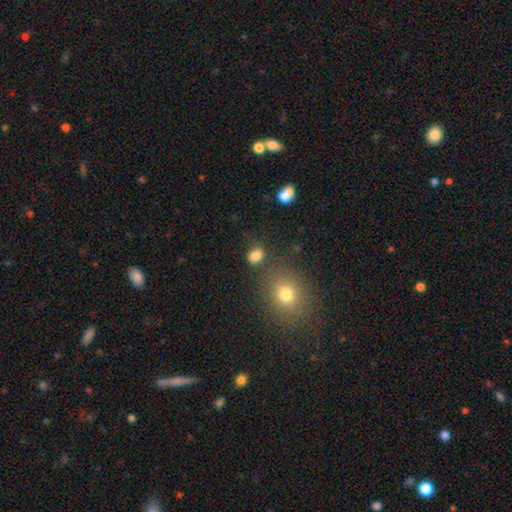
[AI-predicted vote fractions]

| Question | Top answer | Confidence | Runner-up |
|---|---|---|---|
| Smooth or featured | smooth | 82% | star or artifact (13%) |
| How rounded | in between | 70% | round (28%) |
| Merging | none | 68% | minor disturbance (17%) |